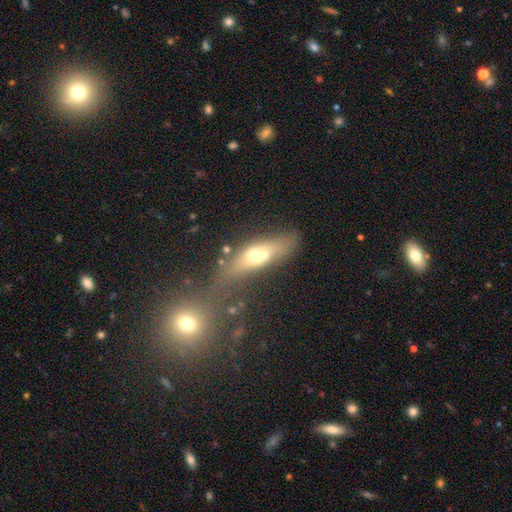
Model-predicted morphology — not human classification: Smooth or featured? smooth (50%)
Merging? merger (48%)